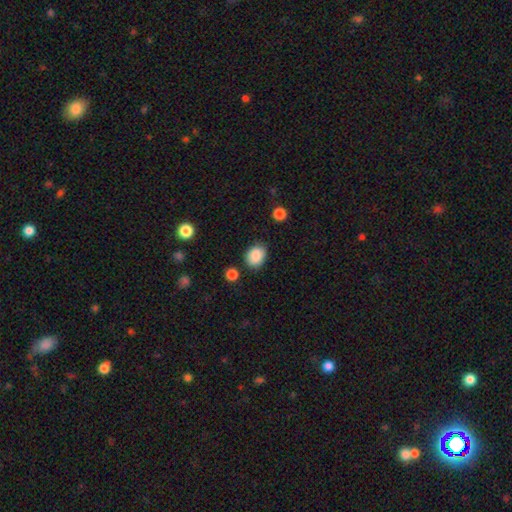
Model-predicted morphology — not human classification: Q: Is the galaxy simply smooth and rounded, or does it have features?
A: smooth — 88%.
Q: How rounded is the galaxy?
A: in between — 60%.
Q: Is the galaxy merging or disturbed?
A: none — 79%.